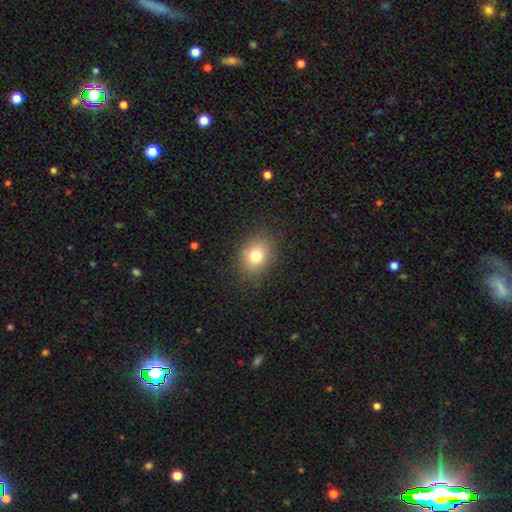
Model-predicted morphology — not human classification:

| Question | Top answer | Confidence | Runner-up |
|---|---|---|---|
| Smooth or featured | smooth | 78% | star or artifact (12%) |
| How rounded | in between | 55% | round (44%) |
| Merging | none | 83% | minor disturbance (11%) |